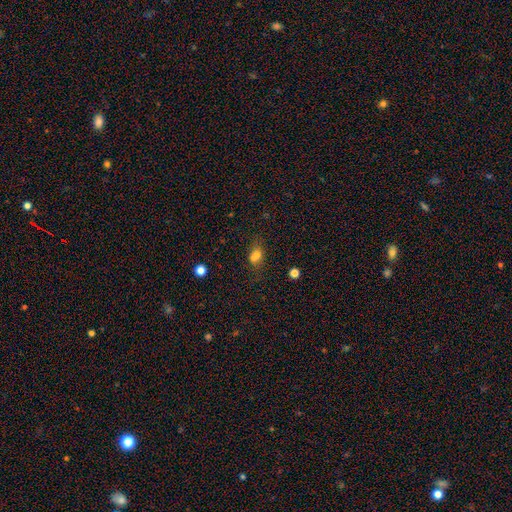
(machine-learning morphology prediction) A smooth galaxy with no disk features (69%) that is in between round and cigar-shaped (58%).

Vote fractions:
- Smooth or featured? smooth: 69% / star or artifact: 16% / featured or disk: 15%
- How rounded? in between: 58% / round: 37% / cigar-shaped: 5%
- Merging? none: 41% (tied) / merger: 41% (tied) / minor disturbance: 13% / major disturbance: 6%